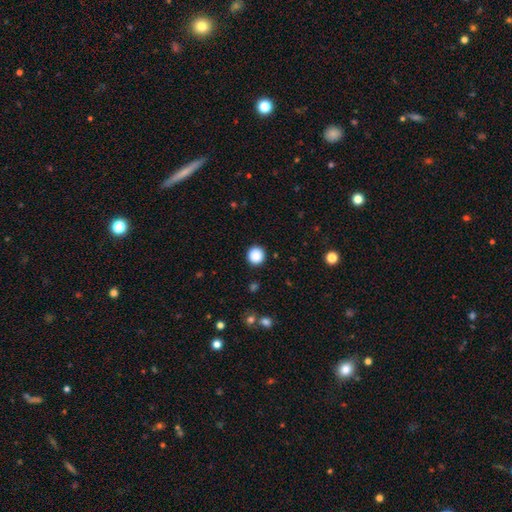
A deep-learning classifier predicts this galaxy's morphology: smooth 88%, star or artifact 9%, featured or disk 2%. Down the decision tree: how rounded — round (93%); merging — none (91%).